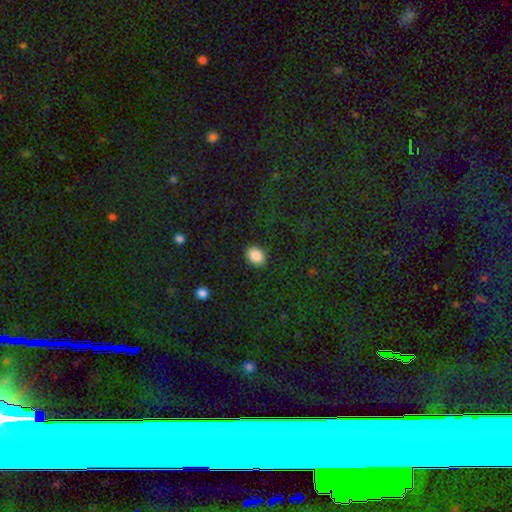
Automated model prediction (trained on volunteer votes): Q: Smooth or featured?
A: smooth (89%); runner-up: star or artifact (8%)
Q: How rounded?
A: in between (64%); runner-up: round (35%)
Q: Merging?
A: none (88%); runner-up: minor disturbance (8%)